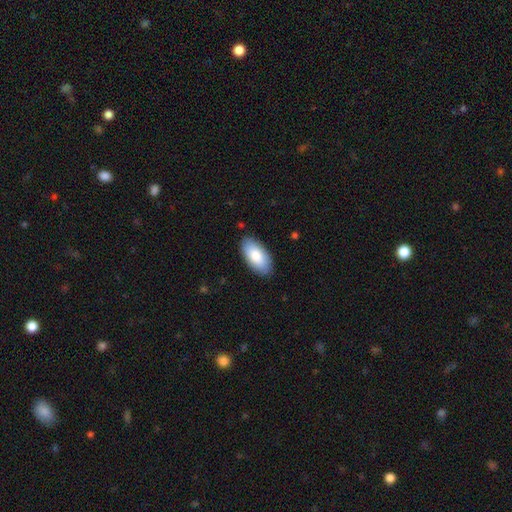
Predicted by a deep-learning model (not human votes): Smooth or featured: smooth — 83% (featured or disk — 11%)
How rounded: in between — 94% (cigar-shaped — 4%)
Merging: none — 87% (minor disturbance — 10%)